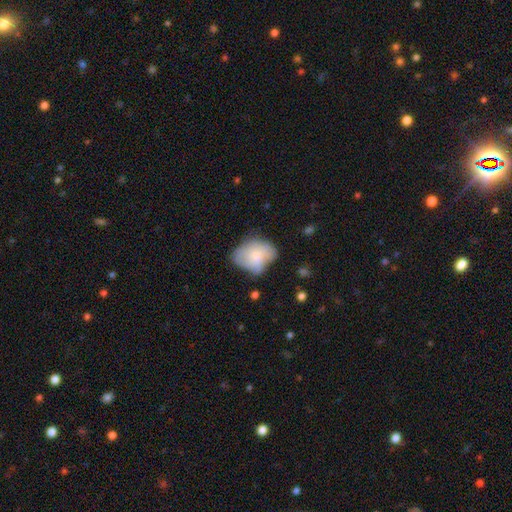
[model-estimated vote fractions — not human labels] Smooth or featured? smooth (73%)
How rounded? in between (70%)
Merging? minor disturbance (38%)